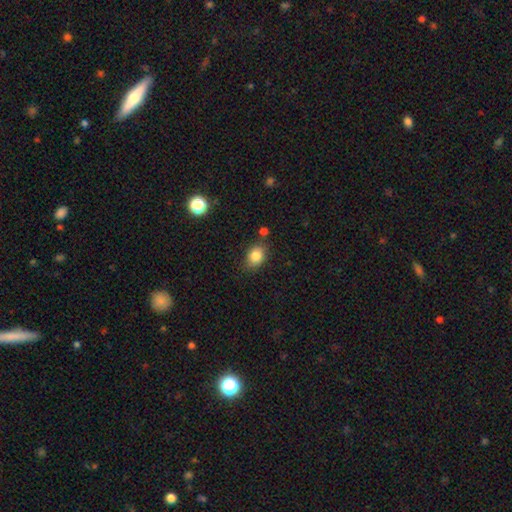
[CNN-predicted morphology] This is clearly a smooth galaxy (84%). How rounded: possibly in between (60%). Merging: likely none (76%).